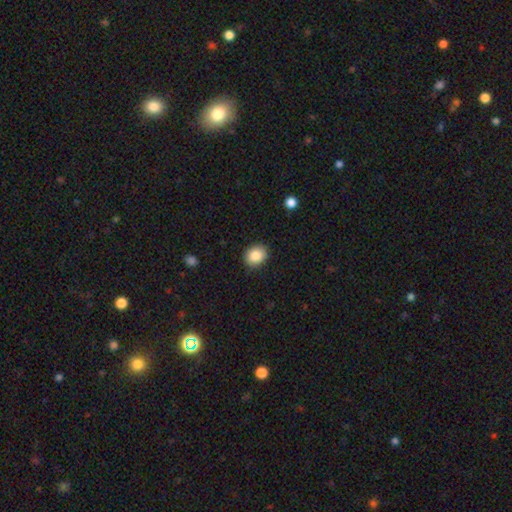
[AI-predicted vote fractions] smooth-or-featured: smooth: 86% | star or artifact: 8% | featured or disk: 6%
  how-rounded: round: 54% | in between: 45% | cigar-shaped: 1%
  merging: none: 88% | minor disturbance: 9% | major disturbance: 2% | merger: 1%